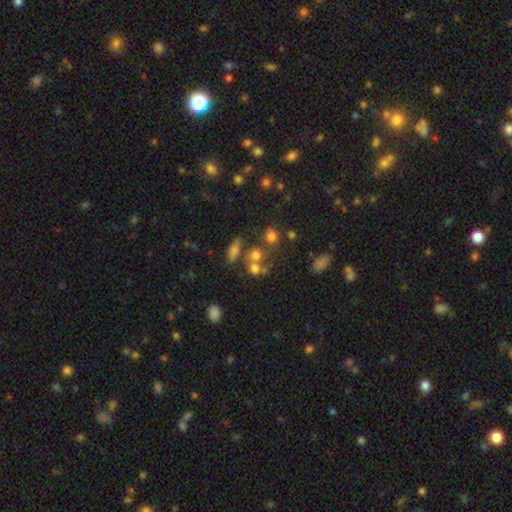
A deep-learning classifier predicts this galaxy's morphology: smooth_or_featured: smooth (p=0.64) [alt: star or artifact p=0.22]
how_rounded: round (p=0.74) [alt: in between p=0.24]
merging: none (p=0.48) [alt: merger p=0.34]